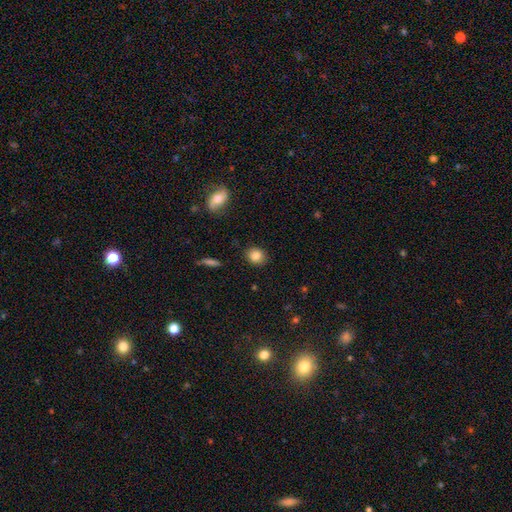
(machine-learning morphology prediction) smooth 84%, star or artifact 9%, featured or disk 7%. Down the decision tree: how rounded — round (67%); merging — none (88%).